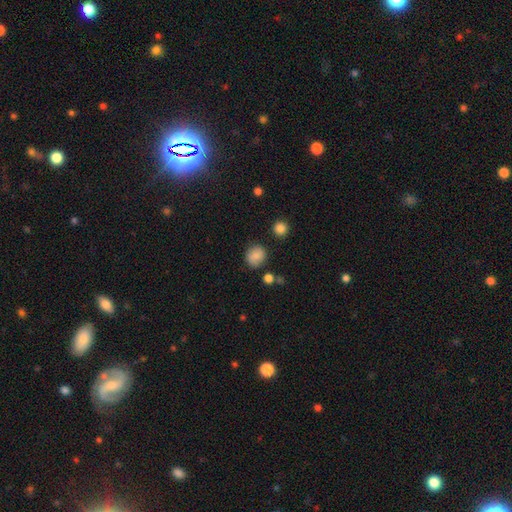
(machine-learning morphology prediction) smooth 83%, star or artifact 10%, featured or disk 8%. Down the decision tree: how rounded — round (80%); merging — none (81%).